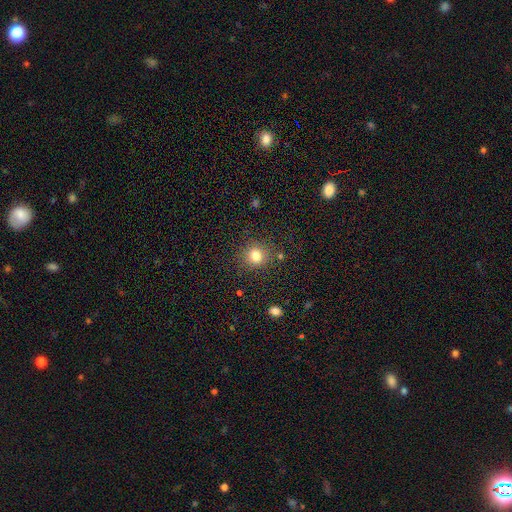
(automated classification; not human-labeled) smooth 80%, star or artifact 13%, featured or disk 7%. Down the decision tree: how rounded — round (84%); merging — none (84%).